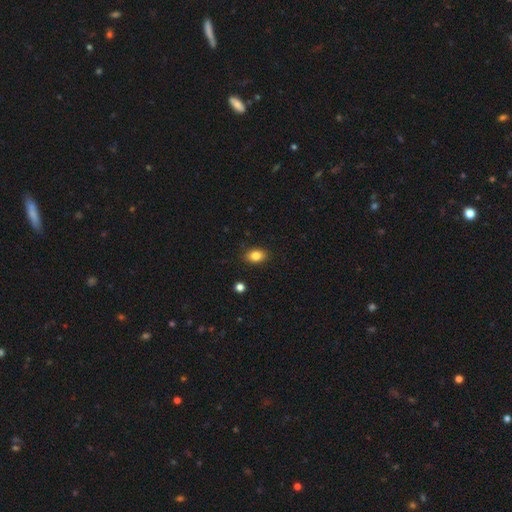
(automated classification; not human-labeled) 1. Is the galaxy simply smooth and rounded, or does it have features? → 84% smooth, 9% star or artifact, 7% featured or disk.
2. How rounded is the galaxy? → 77% in between, 21% round, 1% cigar-shaped.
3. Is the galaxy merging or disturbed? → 88% none, 9% minor disturbance, 2% major disturbance, 1% merger.